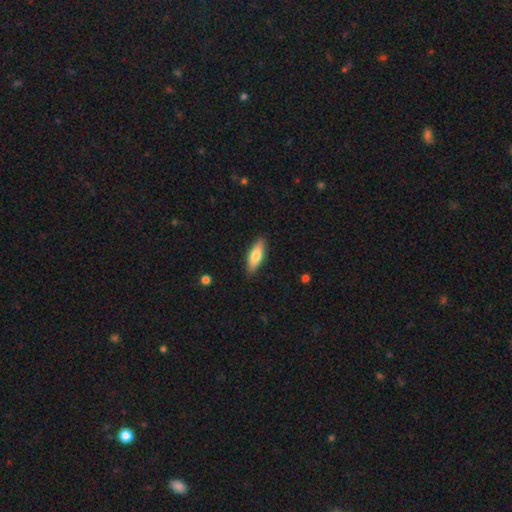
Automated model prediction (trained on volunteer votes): Smooth or featured: smooth — 70% (featured or disk — 24%)
How rounded: in between — 56% (cigar-shaped — 42%)
Merging: none — 87% (minor disturbance — 10%)